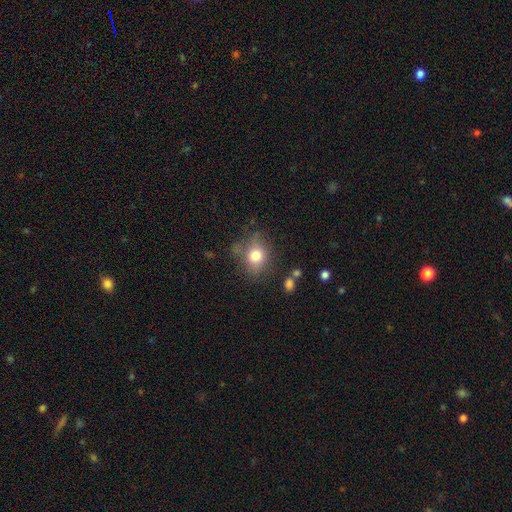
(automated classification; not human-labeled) smooth_or_featured: smooth (p=0.77) [alt: featured or disk p=0.13]
how_rounded: round (p=0.54) [alt: in between p=0.45]
merging: none (p=0.66) [alt: minor disturbance p=0.22]